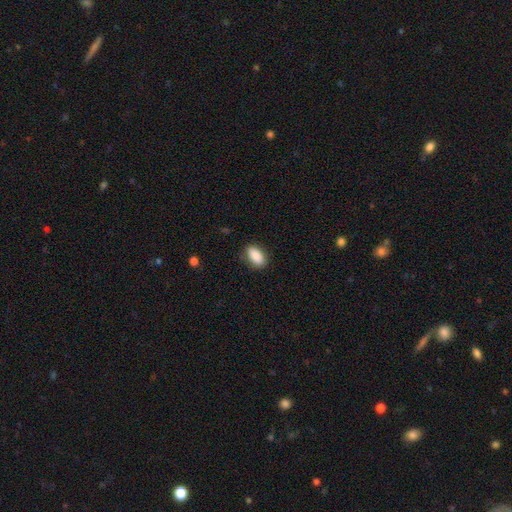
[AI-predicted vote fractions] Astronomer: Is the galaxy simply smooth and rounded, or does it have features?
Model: smooth — 88%.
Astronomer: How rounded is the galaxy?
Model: in between — 92%.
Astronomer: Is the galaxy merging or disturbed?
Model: none — 84%.